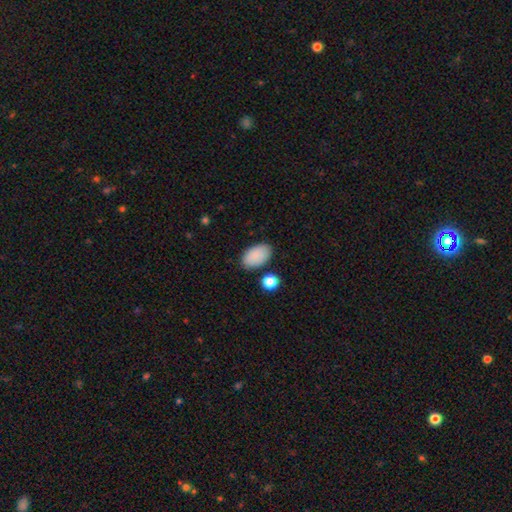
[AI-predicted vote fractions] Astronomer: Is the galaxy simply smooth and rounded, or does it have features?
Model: smooth — 88%.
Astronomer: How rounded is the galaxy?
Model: in between — 94%.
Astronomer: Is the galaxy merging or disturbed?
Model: none — 82%.